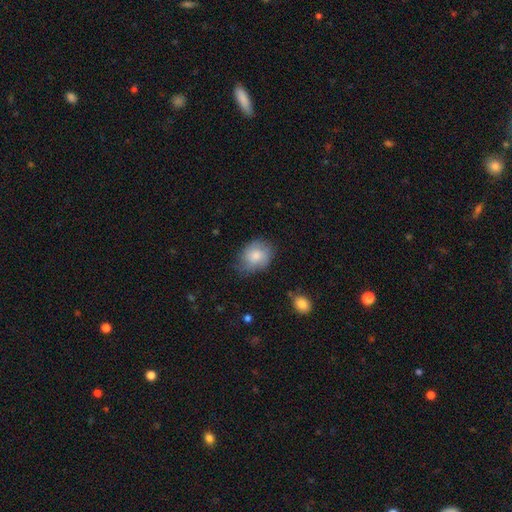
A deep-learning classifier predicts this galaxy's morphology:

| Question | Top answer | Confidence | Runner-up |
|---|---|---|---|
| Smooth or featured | smooth | 74% | featured or disk (20%) |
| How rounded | in between | 55% | round (44%) |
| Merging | none | 61% | minor disturbance (29%) |